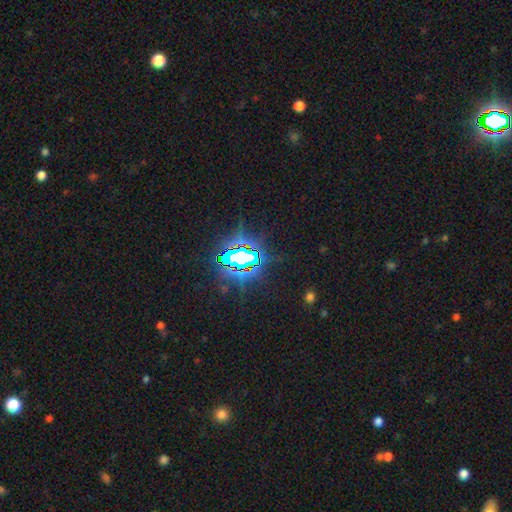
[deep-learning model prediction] Q: Smooth or featured?
A: star or artifact (84%); runner-up: smooth (9%)